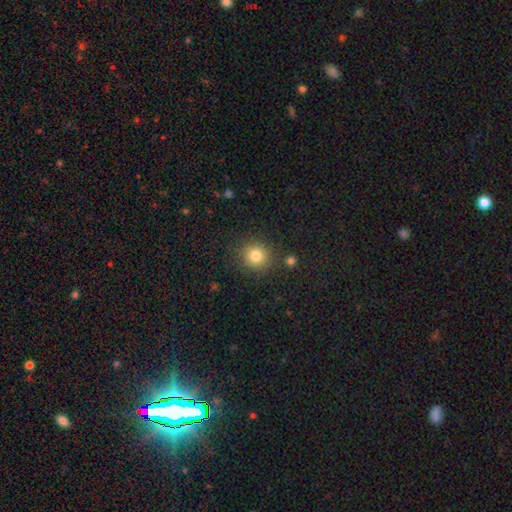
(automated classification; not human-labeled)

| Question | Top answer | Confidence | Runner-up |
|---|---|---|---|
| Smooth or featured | smooth | 82% | star or artifact (12%) |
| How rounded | round | 89% | in between (10%) |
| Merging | none | 86% | minor disturbance (8%) |